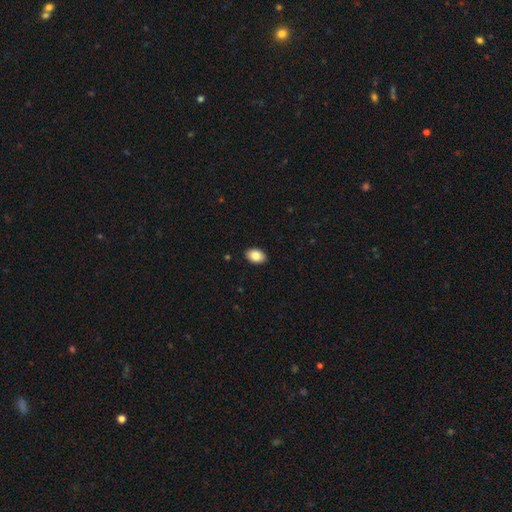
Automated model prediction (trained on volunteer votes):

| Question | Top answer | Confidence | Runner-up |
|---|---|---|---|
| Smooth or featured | smooth | 85% | featured or disk (8%) |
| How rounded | in between | 84% | round (15%) |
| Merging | none | 91% | minor disturbance (7%) |